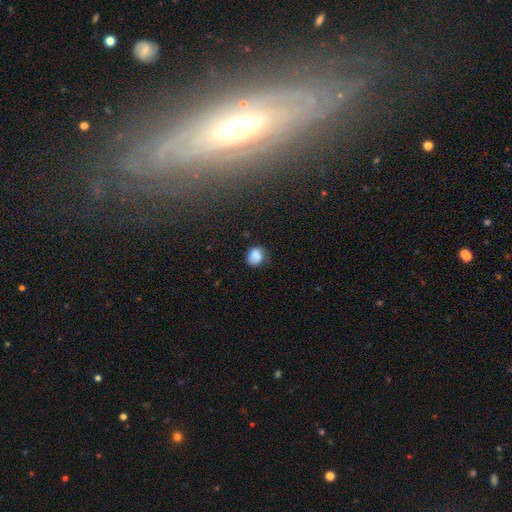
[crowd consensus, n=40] Smooth or featured: smooth — 88% (star or artifact — 10%)
How rounded: round — 77% (in between — 23%)
Merging: none — 69% (minor disturbance — 25%)